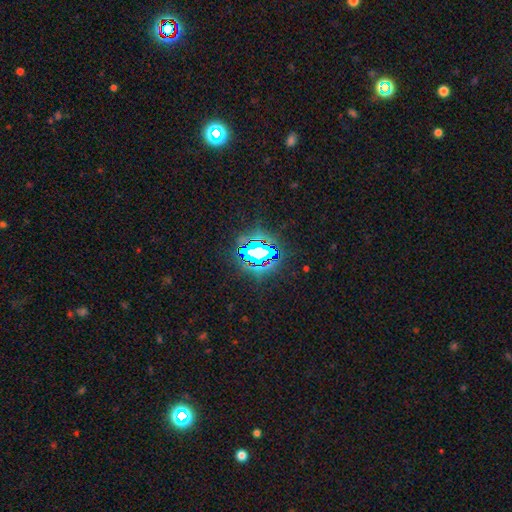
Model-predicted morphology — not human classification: Overall: star or artifact (81%).